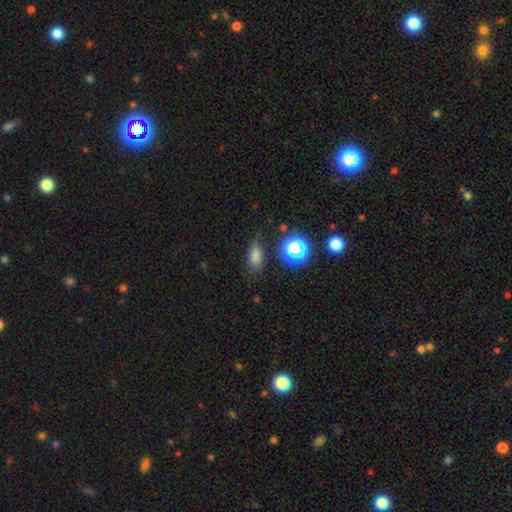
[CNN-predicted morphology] Overall: smooth (74%). How rounded: in between (80%). Merging: none (73%).